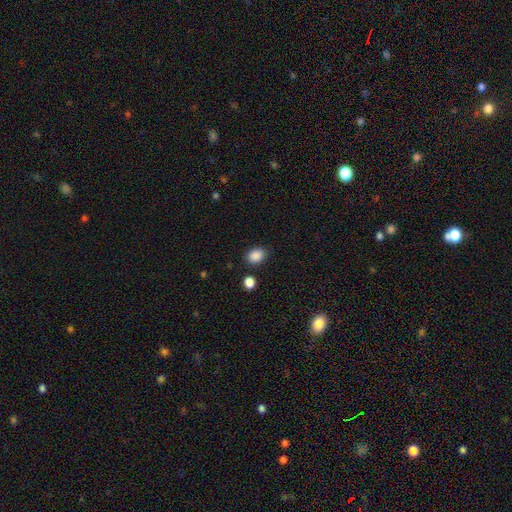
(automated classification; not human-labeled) Q: Smooth or featured?
A: smooth (88%); runner-up: star or artifact (9%)
Q: How rounded?
A: in between (72%); runner-up: round (27%)
Q: Merging?
A: none (82%); runner-up: minor disturbance (11%)